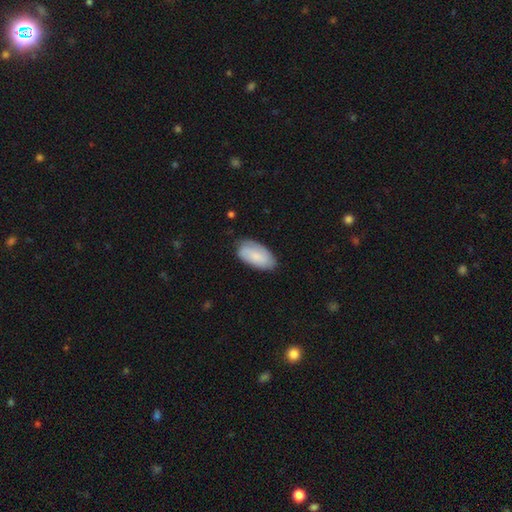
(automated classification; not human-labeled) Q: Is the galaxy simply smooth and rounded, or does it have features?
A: smooth — 76%.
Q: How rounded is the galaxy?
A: in between — 94%.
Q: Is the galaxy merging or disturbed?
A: none — 76%.